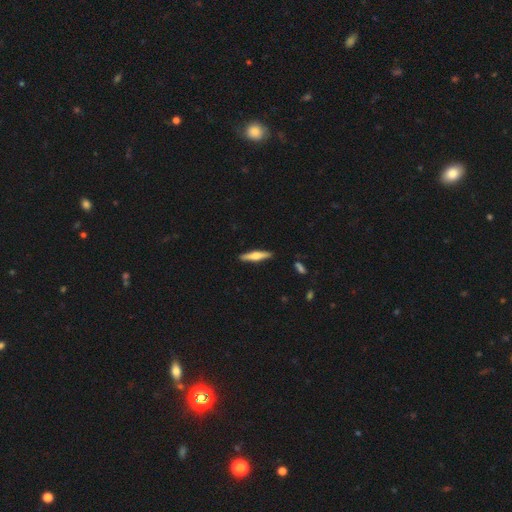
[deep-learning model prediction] Smooth or featured? Predicted: featured or disk (p=0.54). Edge-on disk? Predicted: yes (p=0.96). Edge-on bulge? Predicted: rounded (p=0.88). Merging? Predicted: none (p=0.90).